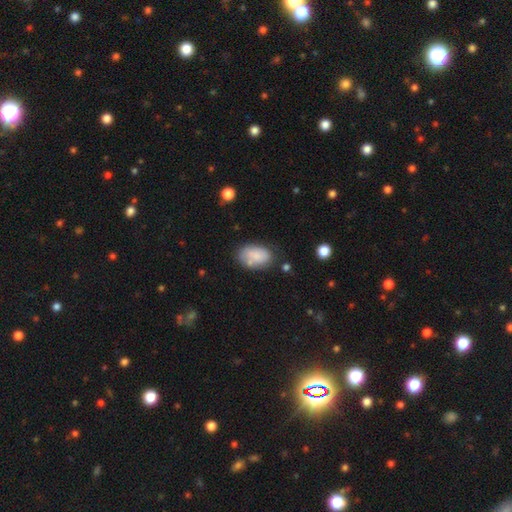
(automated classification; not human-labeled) Overall: smooth (78%). How rounded: in between (90%). Merging: none (61%; minor disturbance 23%).